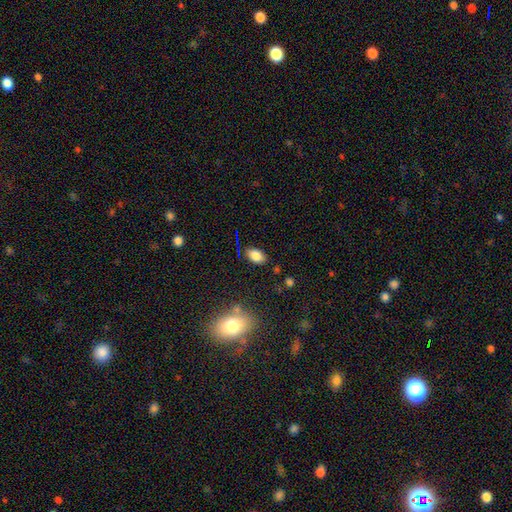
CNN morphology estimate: Overall: smooth (83%). How rounded: in between (90%). Merging: none (80%).